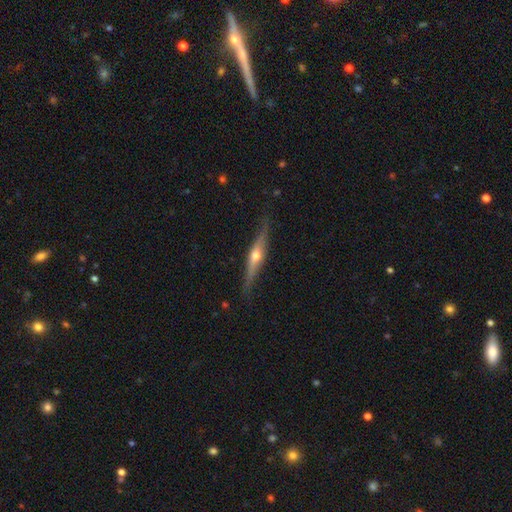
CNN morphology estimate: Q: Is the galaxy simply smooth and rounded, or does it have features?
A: featured or disk — 74%.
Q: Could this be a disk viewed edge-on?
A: yes — 96%.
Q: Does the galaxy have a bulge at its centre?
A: rounded — 92%.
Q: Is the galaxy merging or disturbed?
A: none — 84%.